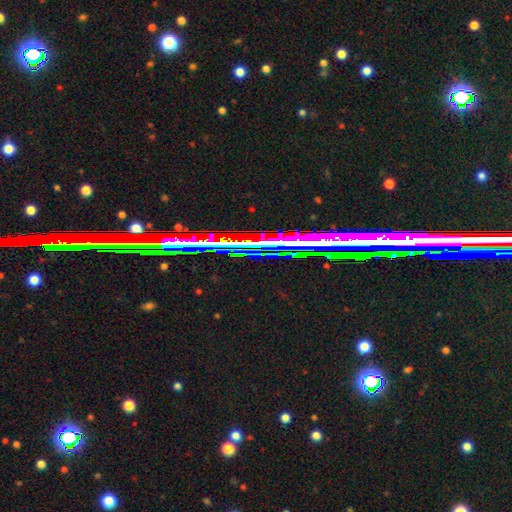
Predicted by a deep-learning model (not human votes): Smooth or featured? star or artifact (58%)